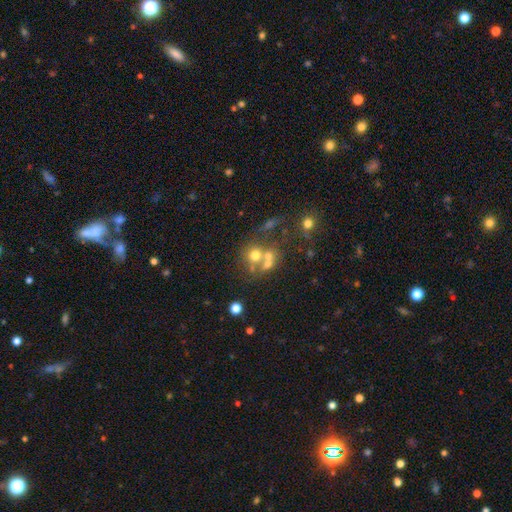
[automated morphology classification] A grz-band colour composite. It shows a smooth galaxy with no disk features (60%) that is round (77%). Merging: merger (46%).